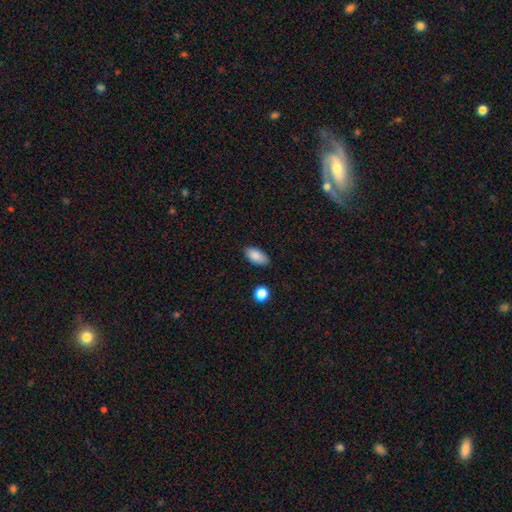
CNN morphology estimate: smooth_or_featured: smooth (p=0.86) [alt: star or artifact p=0.08]
how_rounded: in between (p=0.91) [alt: cigar-shaped p=0.05]
merging: none (p=0.81) [alt: minor disturbance p=0.15]